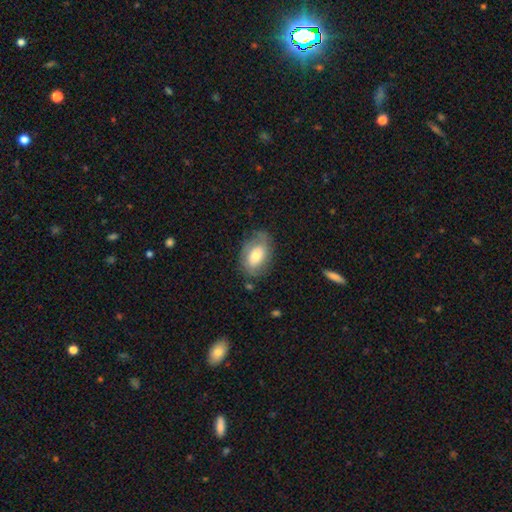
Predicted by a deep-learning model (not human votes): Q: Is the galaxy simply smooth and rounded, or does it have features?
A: smooth — 59%.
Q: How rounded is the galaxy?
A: in between — 87%.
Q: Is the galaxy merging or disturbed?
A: none — 67%.